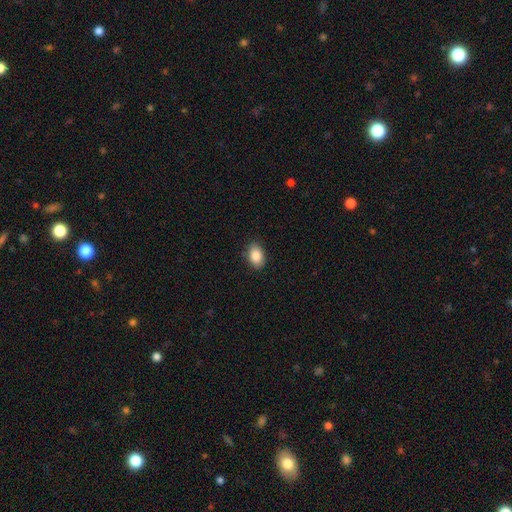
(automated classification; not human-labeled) smooth_or_featured: smooth (p=0.88) [alt: star or artifact p=0.07]
how_rounded: in between (p=0.85) [alt: round p=0.14]
merging: none (p=0.87) [alt: minor disturbance p=0.10]